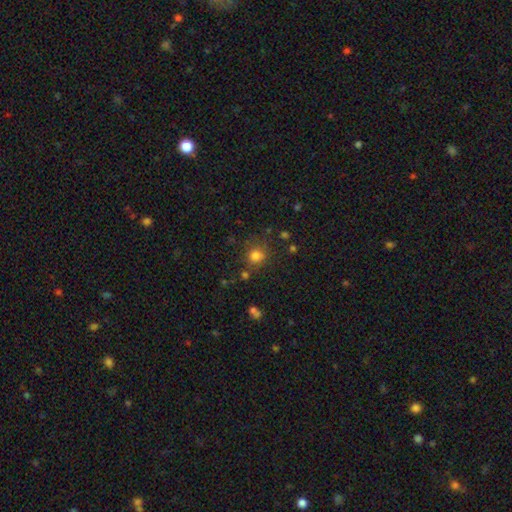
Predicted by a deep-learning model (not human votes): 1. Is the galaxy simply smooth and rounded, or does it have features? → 78% smooth, 15% star or artifact, 6% featured or disk.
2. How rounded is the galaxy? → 84% round, 15% in between, 1% cigar-shaped.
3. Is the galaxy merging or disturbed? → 74% none, 13% minor disturbance, 7% merger, 5% major disturbance.